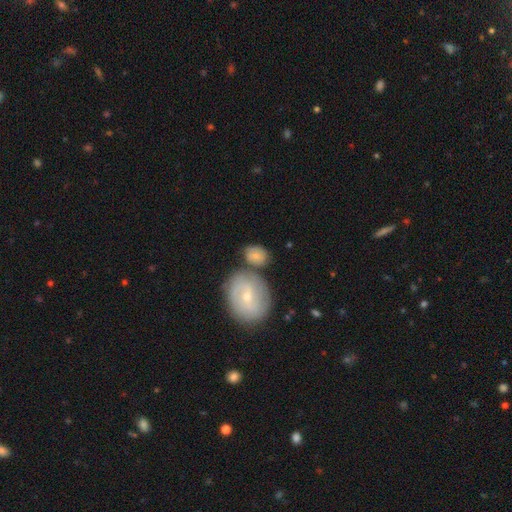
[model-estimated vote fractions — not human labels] Overall: smooth (62%; featured or disk 30%). How rounded: in between (51%; round 47%). Merging: none (54%; merger 25%).